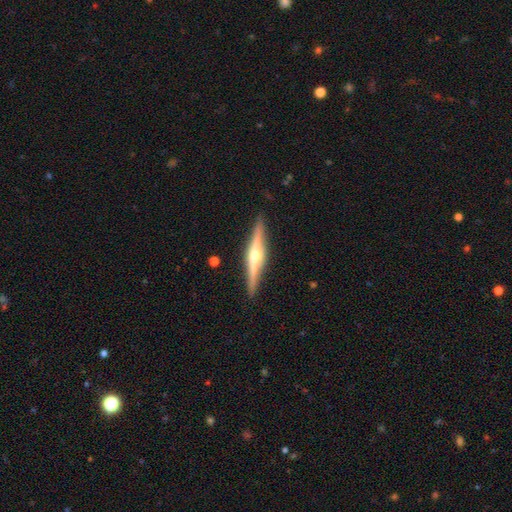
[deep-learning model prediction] This appears to be a featured or disk galaxy (81%) viewed edge-on (98%) with a rounded central bulge (92%). Merging: none (90%).